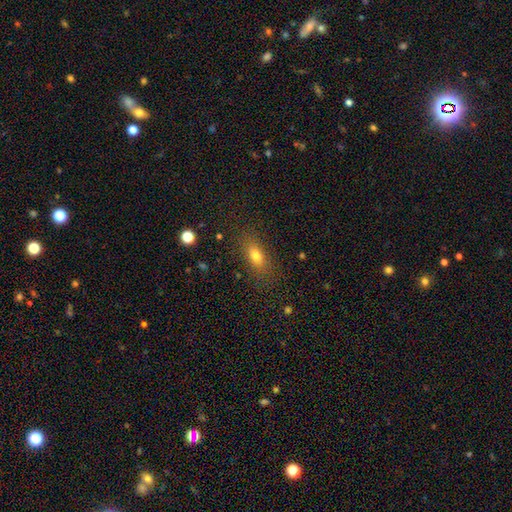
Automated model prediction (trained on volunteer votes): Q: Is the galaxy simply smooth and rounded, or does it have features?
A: smooth — 77%.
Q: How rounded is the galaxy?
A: in between — 77%.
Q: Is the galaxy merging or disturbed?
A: none — 82%.